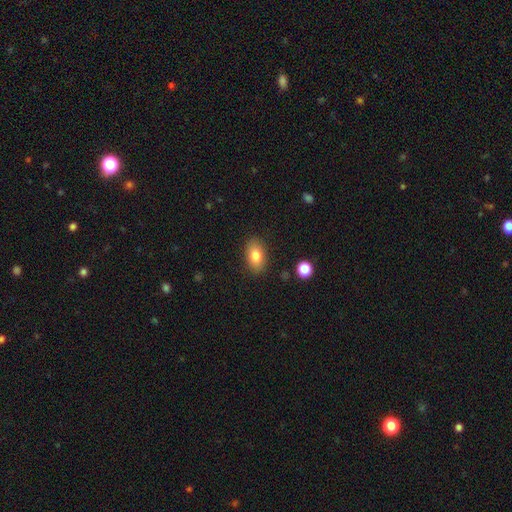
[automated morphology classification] A smooth galaxy with no disk features (81%) that is in between round and cigar-shaped (87%). Merging: none (87%).